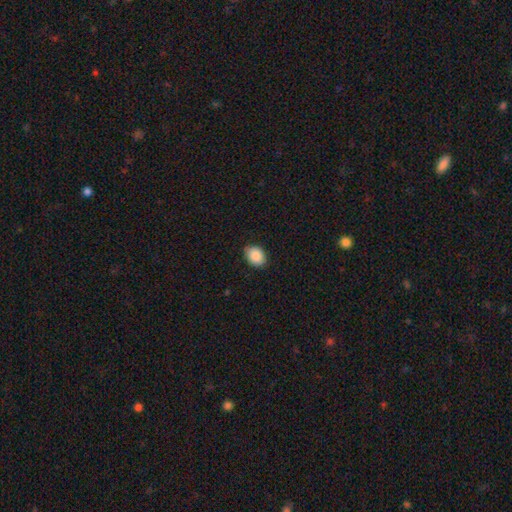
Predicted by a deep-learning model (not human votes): Smooth or featured: smooth — 89% (star or artifact — 7%)
How rounded: in between — 71% (round — 28%)
Merging: none — 83% (minor disturbance — 14%)